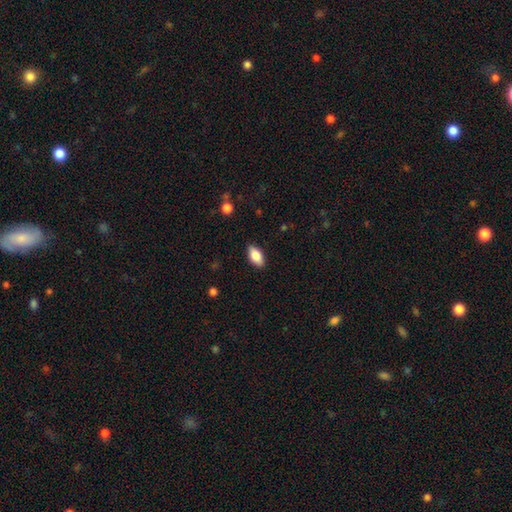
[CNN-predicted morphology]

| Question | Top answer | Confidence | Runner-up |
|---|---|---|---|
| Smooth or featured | smooth | 81% | featured or disk (12%) |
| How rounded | in between | 91% | cigar-shaped (6%) |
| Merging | none | 88% | minor disturbance (9%) |